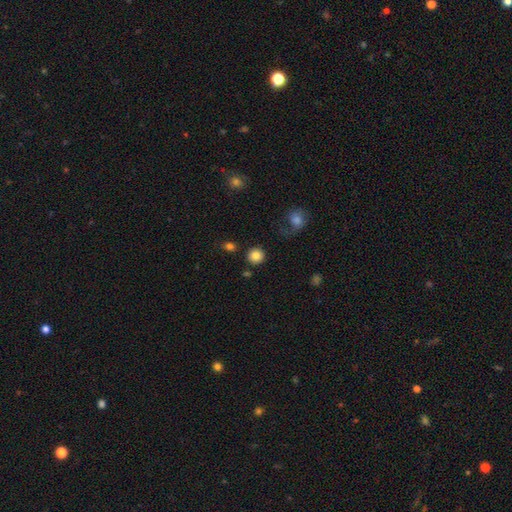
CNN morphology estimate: Smooth or featured?
  - smooth: 84% *
  - star or artifact: 9%
  - featured or disk: 7%
How rounded?
  - round: 94% *
  - in between: 5%
  - cigar-shaped: 1%
Merging?
  - none: 87% *
  - minor disturbance: 6%
  - merger: 4%
  - major disturbance: 3%